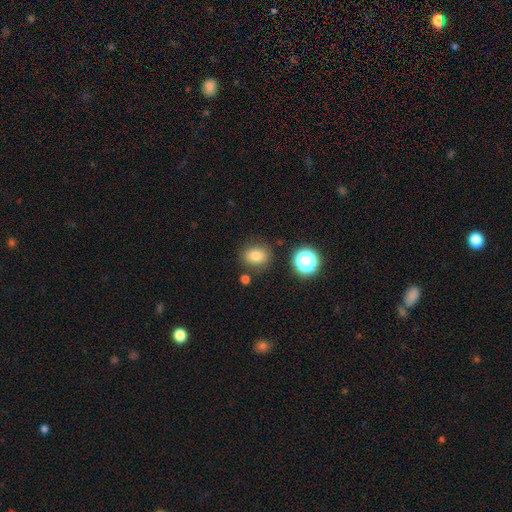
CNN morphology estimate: This appears to be a smooth galaxy with no disk features (80%) that is round (58%). Merging: none (82%).